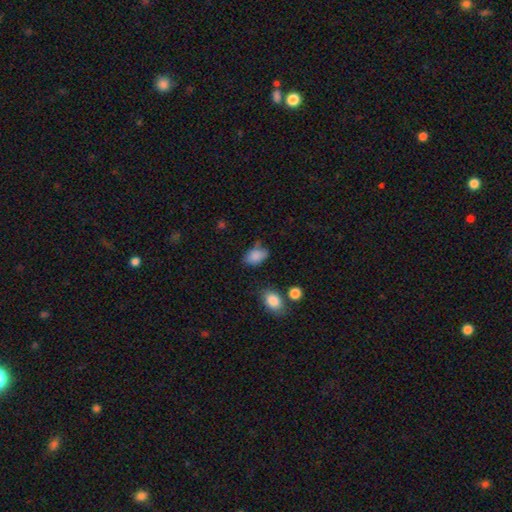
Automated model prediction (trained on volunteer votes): Smooth or featured? smooth (85%)
How rounded? in between (88%)
Merging? none (59%)